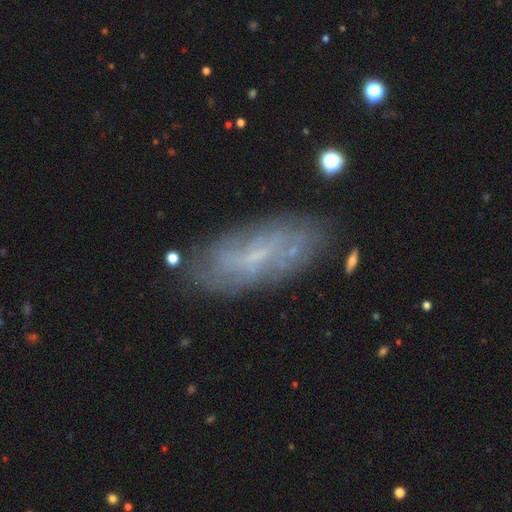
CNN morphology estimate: Smooth or featured?
  - featured or disk: 58% *
  - smooth: 32%
  - star or artifact: 10%
Edge-on disk?
  - no: 85% *
  - yes: 15%
Merging?
  - none: 77% *
  - minor disturbance: 16%
  - major disturbance: 5%
  - merger: 3%